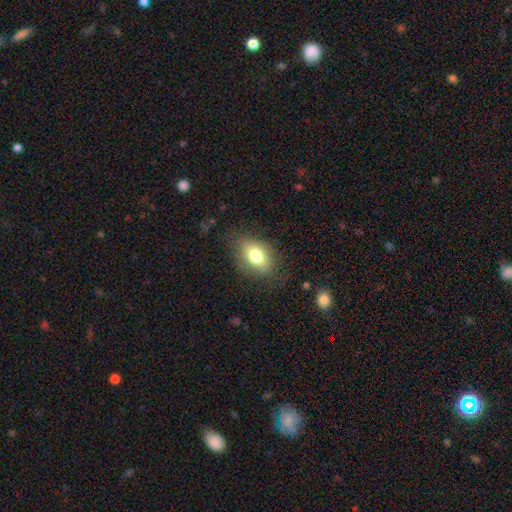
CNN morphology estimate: Smooth or featured? smooth (73%)
How rounded? in between (75%)
Merging? none (71%)